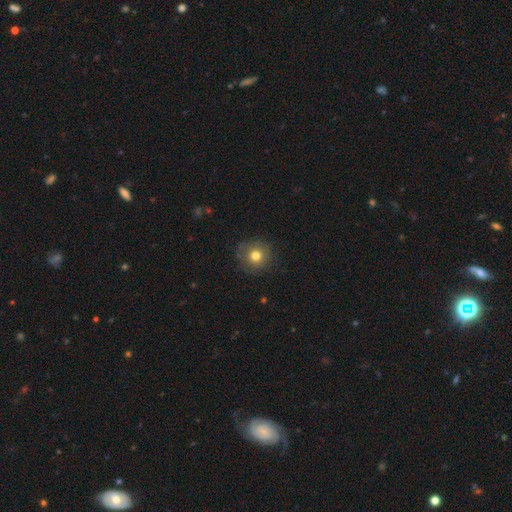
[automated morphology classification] Smooth or featured? smooth (76%)
How rounded? round (93%)
Merging? none (82%)